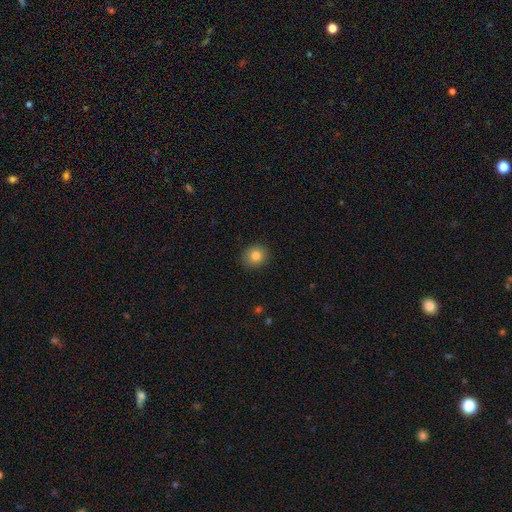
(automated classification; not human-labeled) Smooth or featured? Predicted: smooth (p=0.82). How rounded? Predicted: round (p=0.79). Merging? Predicted: none (p=0.90).